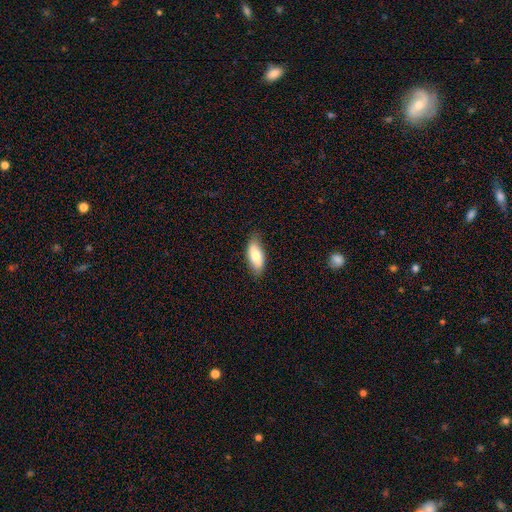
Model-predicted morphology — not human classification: The model was most divided on "smooth or featured": smooth: 77%, featured or disk: 17%, star or artifact: 6%. More confident: how rounded — in between (85%); merging — none (78%).